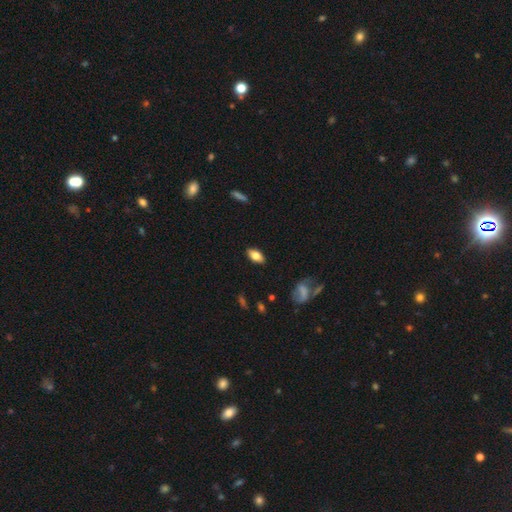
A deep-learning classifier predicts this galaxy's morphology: A smooth galaxy with no disk features (72%) that is in between round and cigar-shaped (88%). Merging: none (87%).